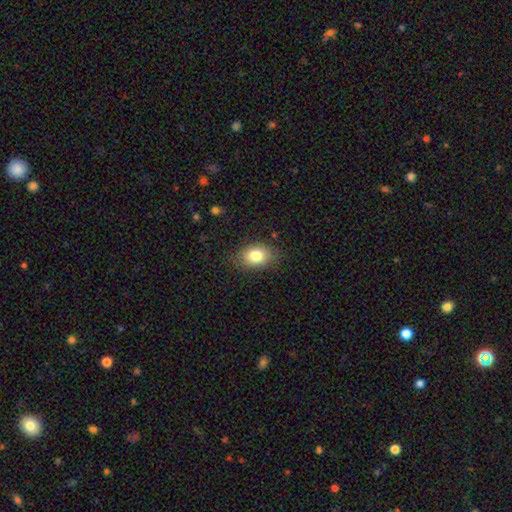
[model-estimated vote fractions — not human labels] A smooth galaxy with no disk features (81%) that is in between round and cigar-shaped (77%). Merging: none (82%).